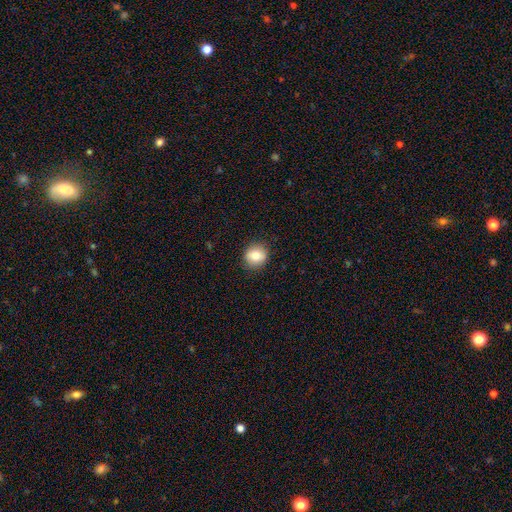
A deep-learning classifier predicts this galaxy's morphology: A smooth galaxy with no disk features (81%) that is round (83%). Merging: none (88%).